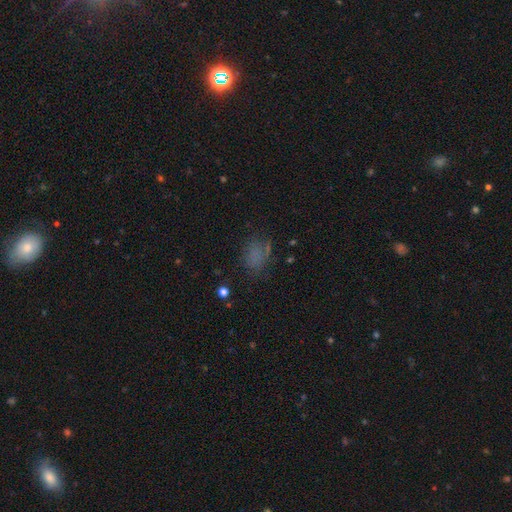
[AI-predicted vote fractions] smooth-or-featured: smooth: 64% | star or artifact: 21% | featured or disk: 15%
  how-rounded: in between: 67% | round: 31% | cigar-shaped: 2%
  merging: none: 59% | minor disturbance: 22% | major disturbance: 16% | merger: 3%